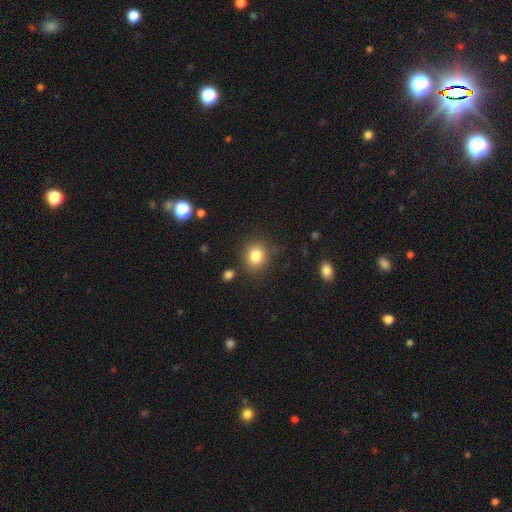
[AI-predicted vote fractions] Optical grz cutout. It shows a smooth galaxy with no disk features (83%) that is round (79%). Merging: none (83%).